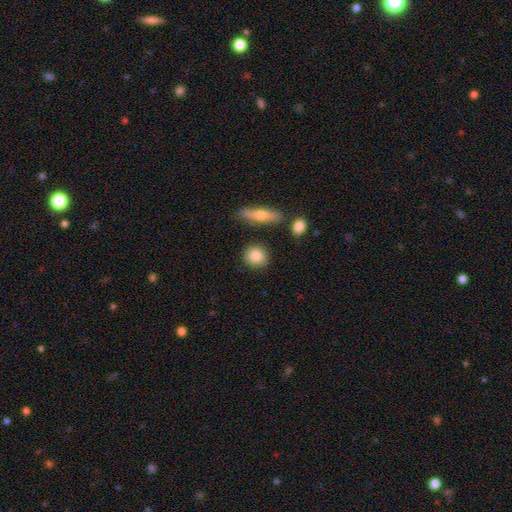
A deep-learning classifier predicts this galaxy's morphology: The model was most divided on "how rounded": round: 79%, in between: 18%, cigar-shaped: 3%. More confident: merging — none (85%); smooth or featured — smooth (83%).